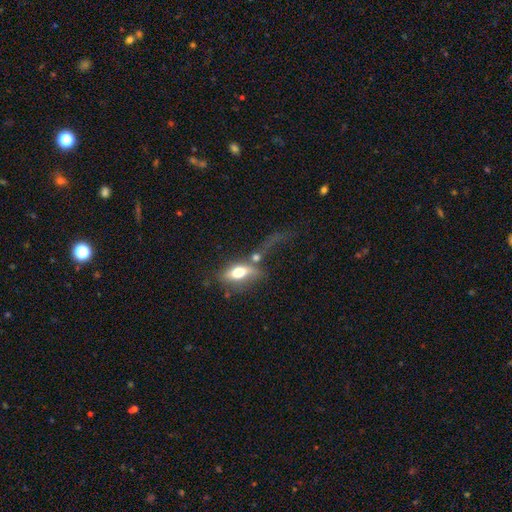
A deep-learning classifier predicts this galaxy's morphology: type=smooth (43%); merging=merger (35%).